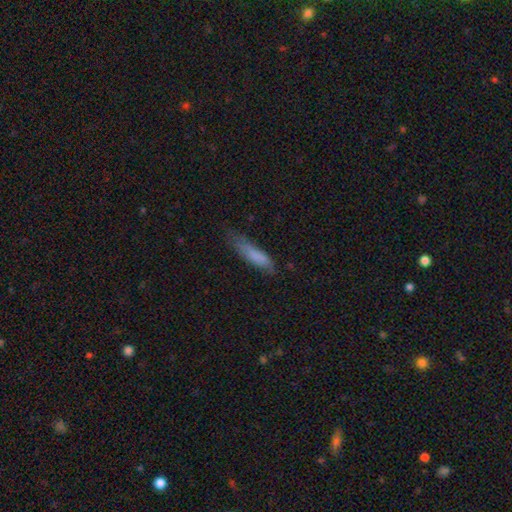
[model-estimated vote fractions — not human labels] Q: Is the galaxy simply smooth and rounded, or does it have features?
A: smooth — 78%.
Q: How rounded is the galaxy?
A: cigar-shaped — 69%.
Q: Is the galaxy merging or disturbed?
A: none — 53%.